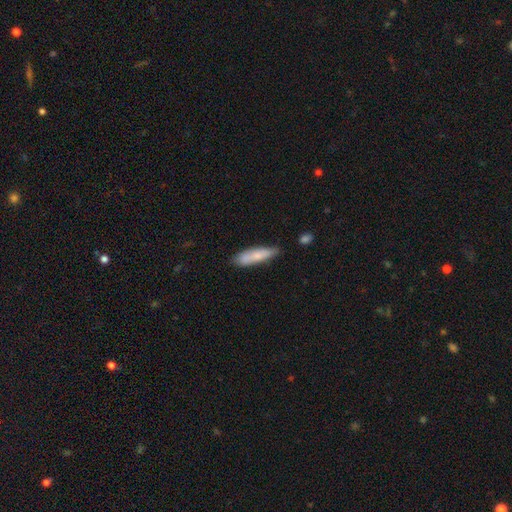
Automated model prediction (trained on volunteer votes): Smooth or featured? smooth (76%)
How rounded? cigar-shaped (69%)
Merging? none (73%)